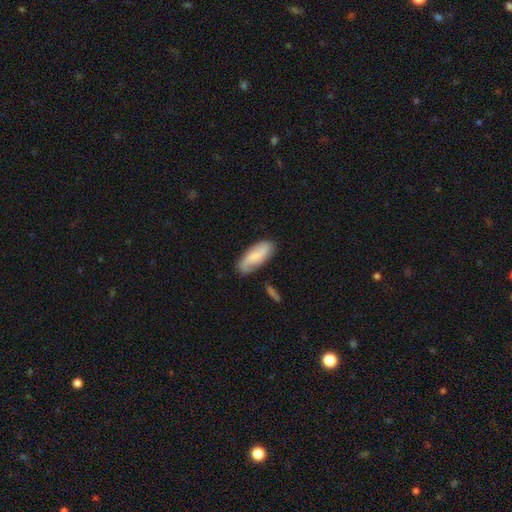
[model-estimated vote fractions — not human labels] Q: Smooth or featured?
A: smooth (56%); runner-up: featured or disk (37%)
Q: How rounded?
A: in between (78%); runner-up: cigar-shaped (20%)
Q: Merging?
A: none (77%); runner-up: minor disturbance (17%)